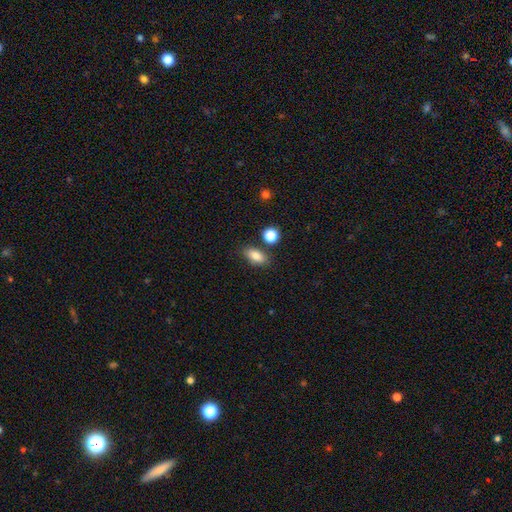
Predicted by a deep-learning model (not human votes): smooth_or_featured: smooth (p=0.83) [alt: star or artifact p=0.09]
how_rounded: in between (p=0.85) [alt: round p=0.09]
merging: none (p=0.79) [alt: minor disturbance p=0.12]